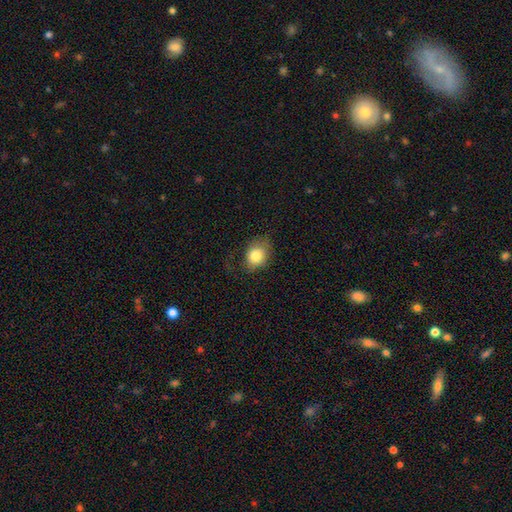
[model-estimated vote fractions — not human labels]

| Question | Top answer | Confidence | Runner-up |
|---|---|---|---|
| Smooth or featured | smooth | 82% | featured or disk (10%) |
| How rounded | in between | 59% | round (40%) |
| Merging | none | 61% | minor disturbance (25%) |